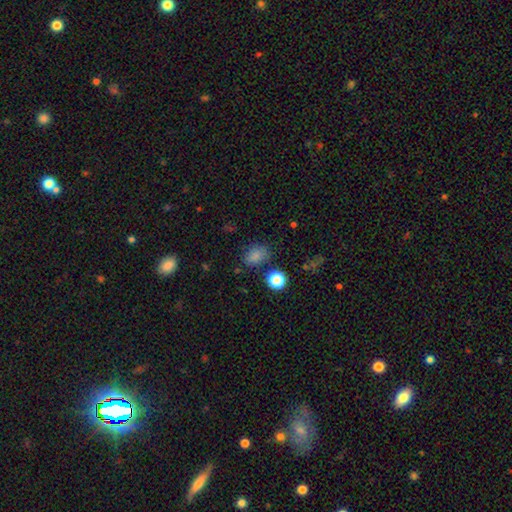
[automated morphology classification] A smooth galaxy with no disk features (78%) that is in between round and cigar-shaped (68%). Merging: none (75%).